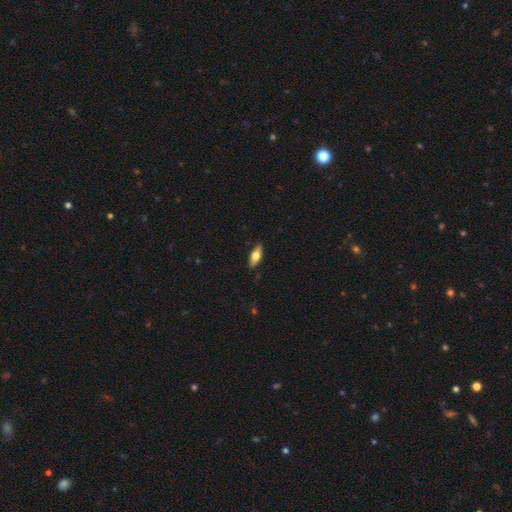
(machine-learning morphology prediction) This is likely a smooth galaxy (65%). How rounded: likely in between (72%). Merging: clearly none (88%).